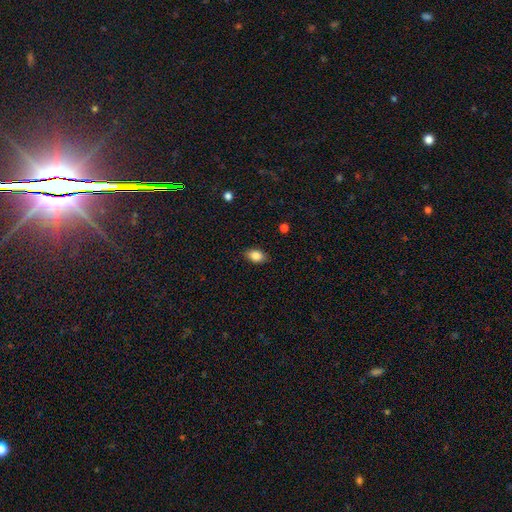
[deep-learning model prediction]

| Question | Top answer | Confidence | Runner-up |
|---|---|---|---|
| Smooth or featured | smooth | 86% | star or artifact (8%) |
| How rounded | in between | 88% | round (11%) |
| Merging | none | 87% | minor disturbance (10%) |